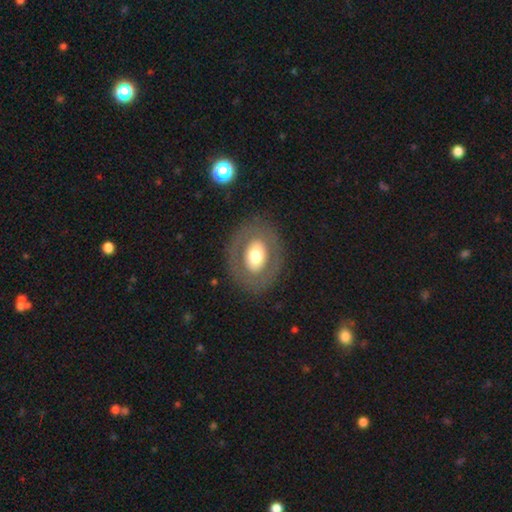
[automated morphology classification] This is possibly a smooth galaxy (49%). Merging: clearly none (82%).